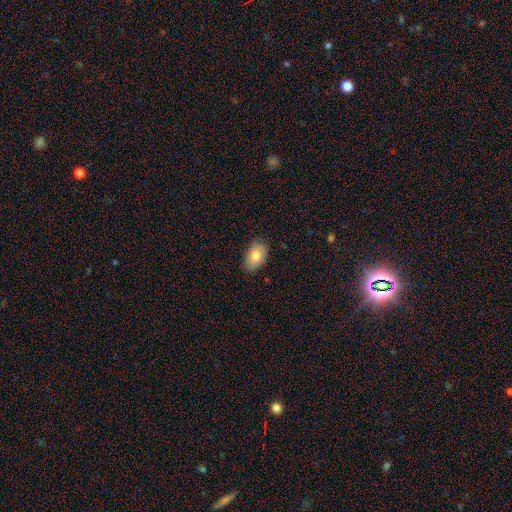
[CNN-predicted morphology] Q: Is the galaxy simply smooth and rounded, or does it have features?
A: smooth — 79%.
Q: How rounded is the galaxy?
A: in between — 90%.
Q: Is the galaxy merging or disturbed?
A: none — 82%.